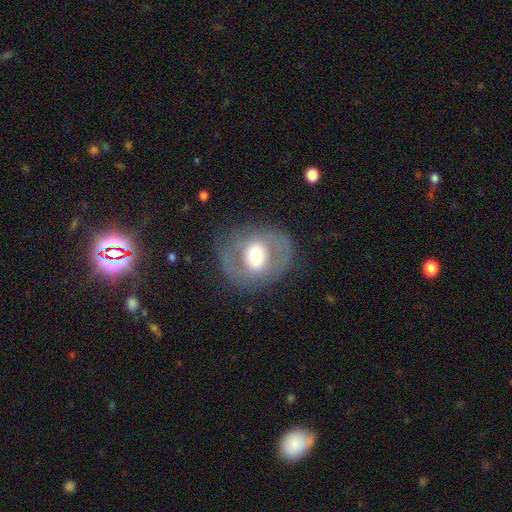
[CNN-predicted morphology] A featured or disk galaxy (54%) with no bar (42%), no spiral arms (64%) and a moderate central bulge (53%).

Vote fractions:
- Smooth or featured? featured or disk: 54% / smooth: 38% / star or artifact: 7%
- Edge-on disk? no: 94% / yes: 6%
- Bar? no: 42% / weak: 35% / strong: 23%
- Spiral arms? no: 64% / yes: 36%
- Bulge size? moderate: 53% / large: 32% / small: 9% / dominant: 5% / none: 1%
- Merging? none: 75% / minor disturbance: 14% / major disturbance: 10% / merger: 1%